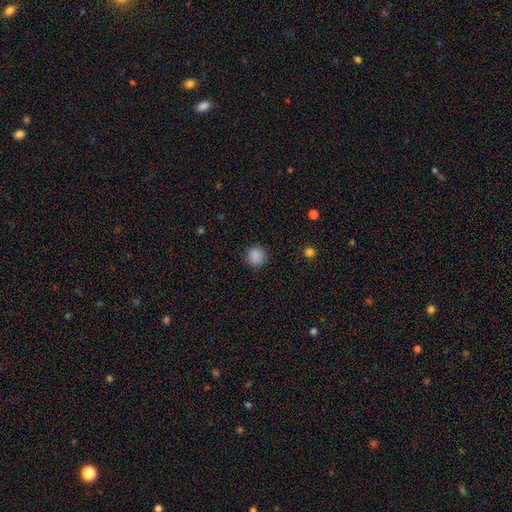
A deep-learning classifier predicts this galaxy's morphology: Q: Smooth or featured?
A: smooth (87%); runner-up: star or artifact (10%)
Q: How rounded?
A: round (93%); runner-up: in between (6%)
Q: Merging?
A: none (90%); runner-up: minor disturbance (7%)